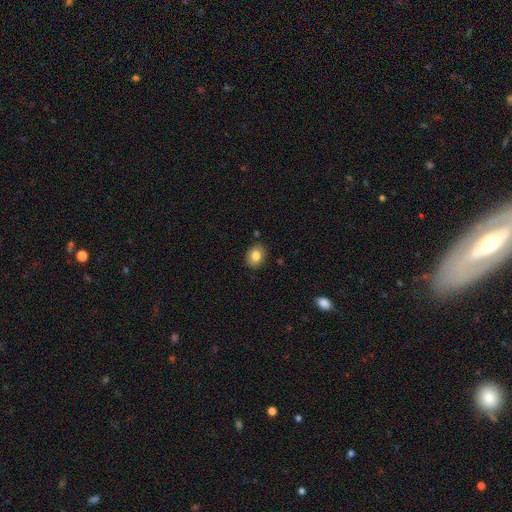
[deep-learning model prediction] The model was most divided on "how rounded": in between: 57%, round: 42%, cigar-shaped: 1%. More confident: merging — none (87%); smooth or featured — smooth (83%).